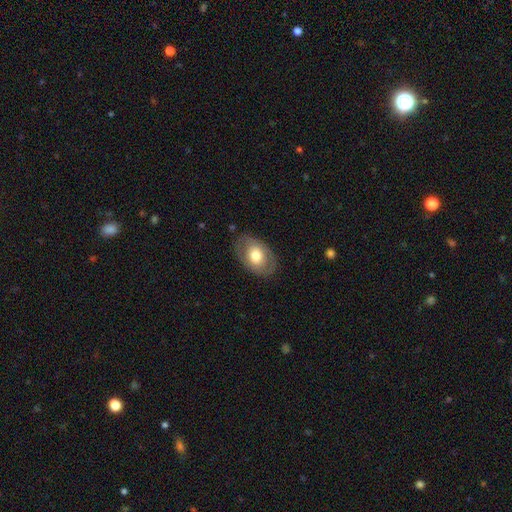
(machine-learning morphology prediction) Smooth or featured? Predicted: smooth (p=0.61). How rounded? Predicted: in between (p=0.83). Merging? Predicted: none (p=0.80).